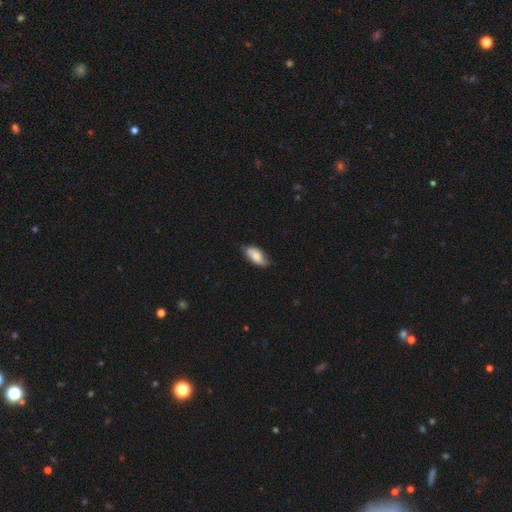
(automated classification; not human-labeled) This appears to be a smooth galaxy with no disk features (76%) that is in between round and cigar-shaped (88%). Merging: none (78%).